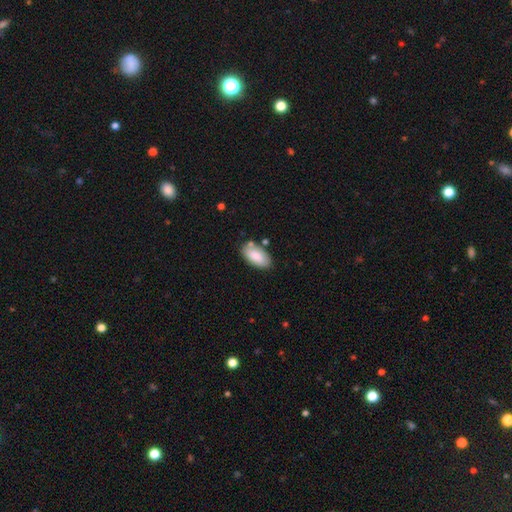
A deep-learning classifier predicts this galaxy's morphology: This appears to be a smooth galaxy with no disk features (85%) that is in between round and cigar-shaped (95%). Merging: none (75%).